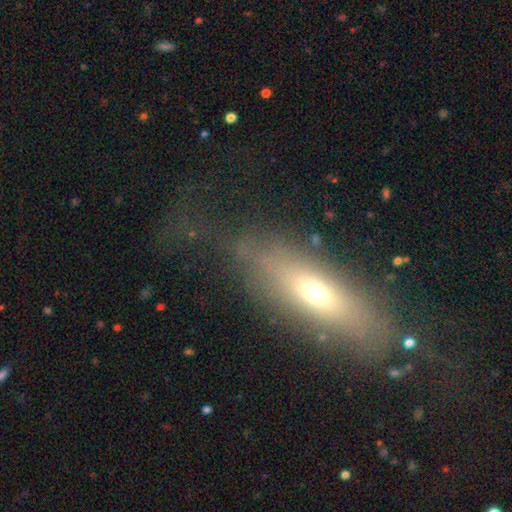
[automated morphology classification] This appears to be a smooth galaxy with no disk features (50%) that is in between round and cigar-shaped (50%). Merging: none (56%).